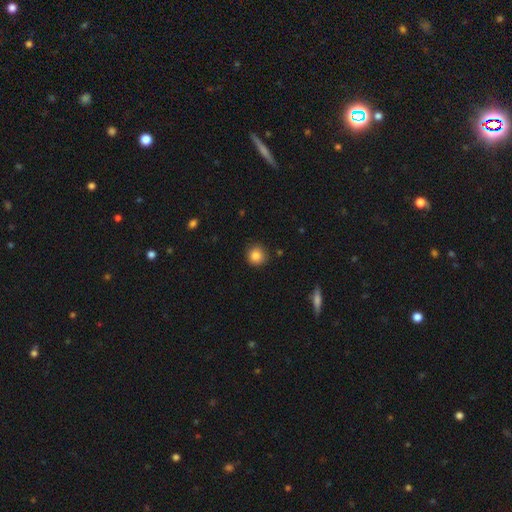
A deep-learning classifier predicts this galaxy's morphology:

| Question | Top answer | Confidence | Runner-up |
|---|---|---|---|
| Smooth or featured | smooth | 84% | star or artifact (10%) |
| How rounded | round | 92% | in between (7%) |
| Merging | none | 88% | minor disturbance (9%) |